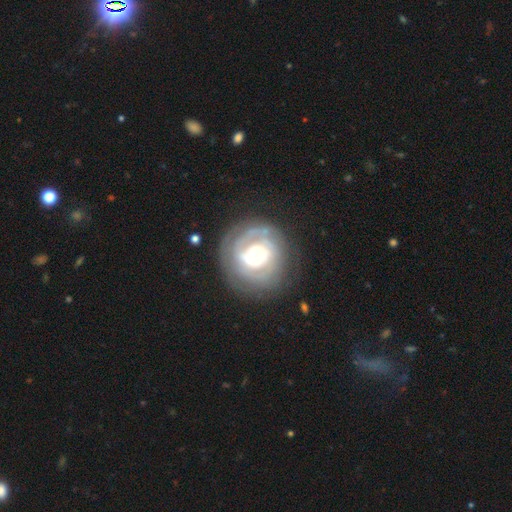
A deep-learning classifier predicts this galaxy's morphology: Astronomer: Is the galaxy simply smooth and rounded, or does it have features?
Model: featured or disk — 78%.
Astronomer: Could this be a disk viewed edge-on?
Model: no — 98%.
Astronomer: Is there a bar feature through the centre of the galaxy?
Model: no — 59%.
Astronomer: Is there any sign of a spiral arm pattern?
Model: yes — 86%.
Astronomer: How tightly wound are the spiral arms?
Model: tight — 67%.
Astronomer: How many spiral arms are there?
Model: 2 — 35% (runner-up: can't tell, 33%).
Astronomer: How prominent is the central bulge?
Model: moderate — 49% (runner-up: small, 31%).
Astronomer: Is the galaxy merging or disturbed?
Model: none — 78%.